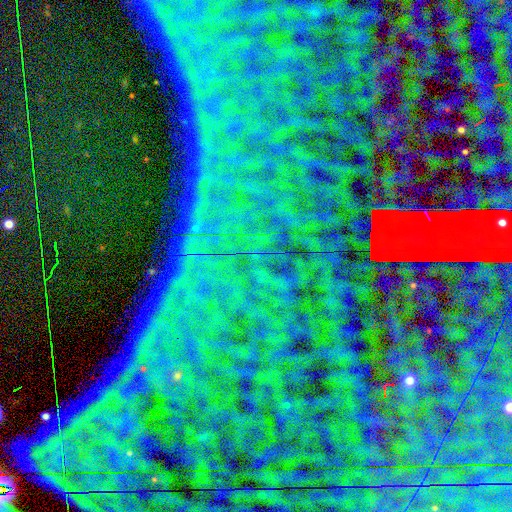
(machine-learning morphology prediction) This appears to be a star or artifact, not a galaxy (87%).